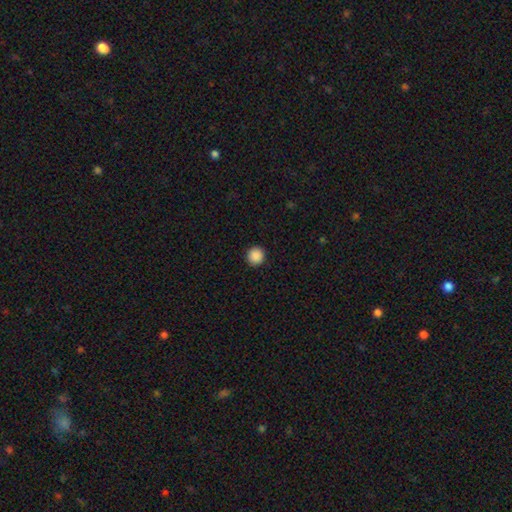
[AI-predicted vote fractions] smooth_or_featured: smooth (p=0.89) [alt: star or artifact p=0.09]
how_rounded: round (p=0.95) [alt: in between p=0.04]
merging: none (p=0.93) [alt: minor disturbance p=0.04]